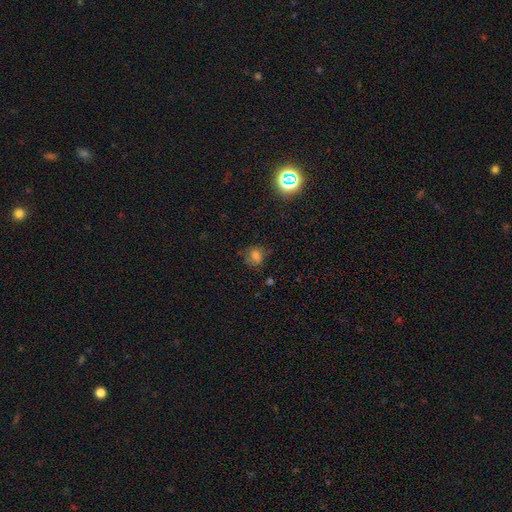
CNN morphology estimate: Smooth or featured? smooth (69%)
How rounded? round (61%)
Merging? none (64%)